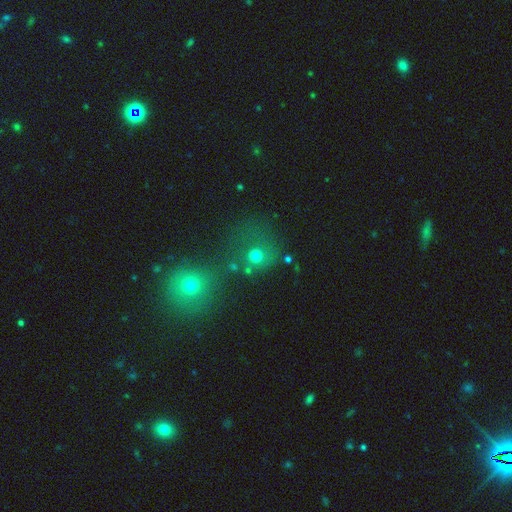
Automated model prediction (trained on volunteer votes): A smooth galaxy with no disk features (64%) that is round (84%). Merging: none (51%).